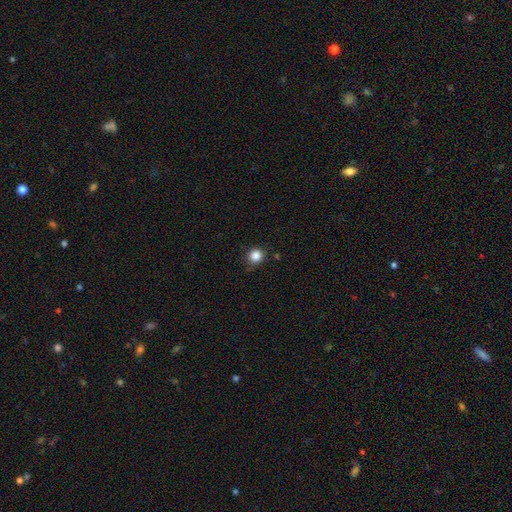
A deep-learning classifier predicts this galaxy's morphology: smooth-or-featured: smooth: 86% | star or artifact: 11% | featured or disk: 3%
  how-rounded: round: 91% | in between: 8% | cigar-shaped: 1%
  merging: none: 83% | minor disturbance: 12% | major disturbance: 3% | merger: 2%